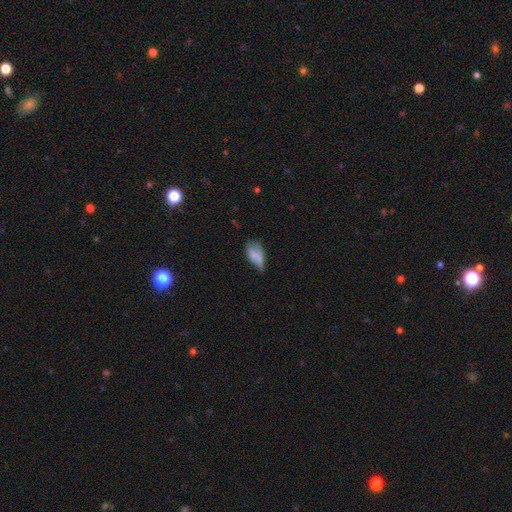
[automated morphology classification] Smooth or featured? smooth (70%)
How rounded? in between (90%)
Merging? minor disturbance (43%)